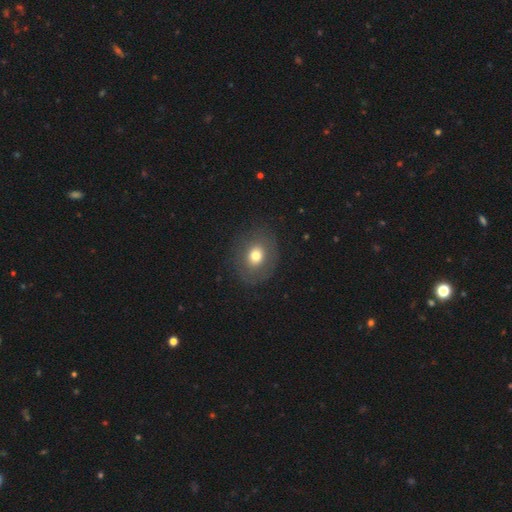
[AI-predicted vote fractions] Q: Smooth or featured?
A: smooth (69%); runner-up: featured or disk (20%)
Q: How rounded?
A: round (57%); runner-up: in between (42%)
Q: Merging?
A: none (83%); runner-up: minor disturbance (11%)